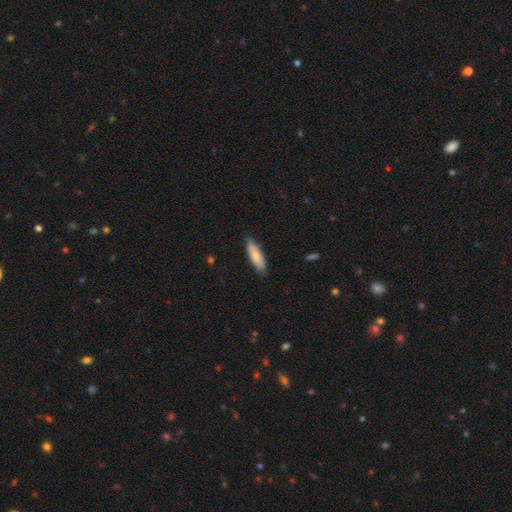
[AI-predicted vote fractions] Smooth or featured? smooth (79%)
How rounded? cigar-shaped (56%)
Merging? none (83%)